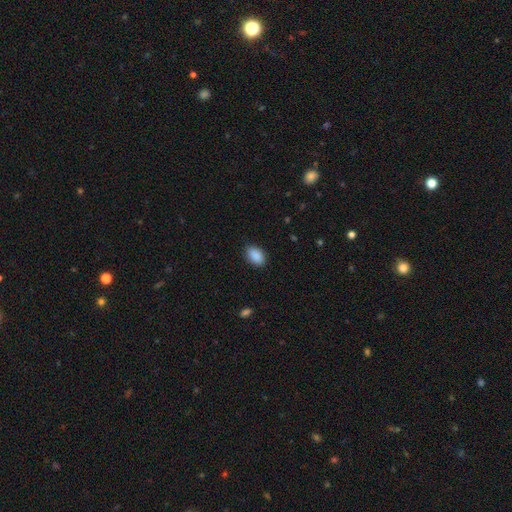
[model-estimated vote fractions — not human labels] Morphology: type=smooth (90%); roundness=in between (91%); merging=none (87%).